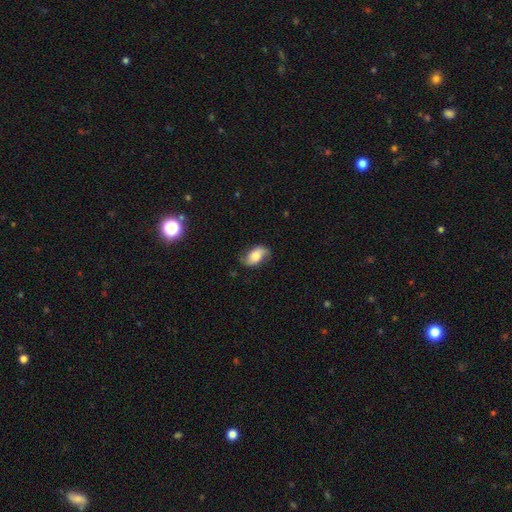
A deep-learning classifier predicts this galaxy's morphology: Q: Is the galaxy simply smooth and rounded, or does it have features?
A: smooth — 51%.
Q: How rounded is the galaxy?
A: in between — 90%.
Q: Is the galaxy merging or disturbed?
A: none — 72%.